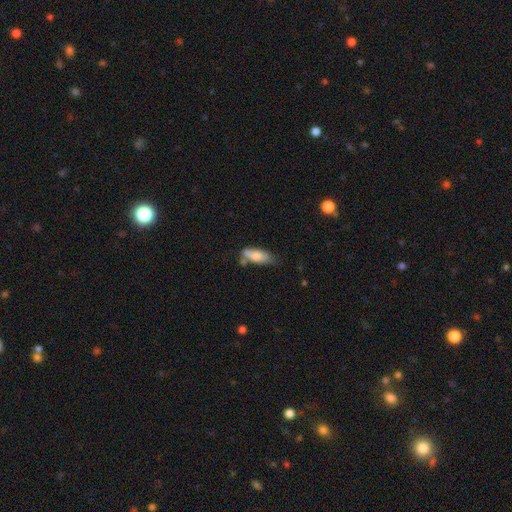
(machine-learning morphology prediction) Q: Smooth or featured?
A: smooth (78%); runner-up: featured or disk (15%)
Q: How rounded?
A: in between (69%); runner-up: cigar-shaped (29%)
Q: Merging?
A: none (48%); runner-up: minor disturbance (29%)